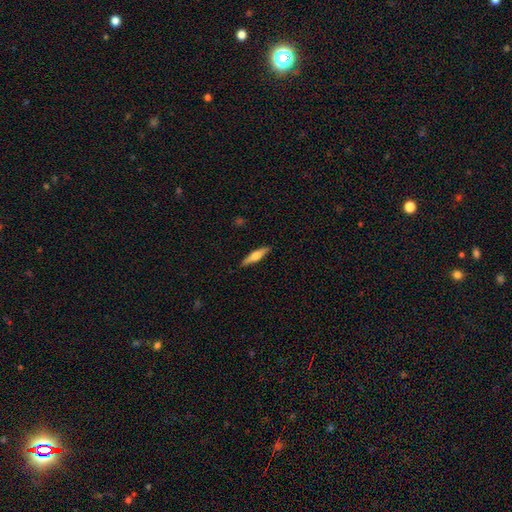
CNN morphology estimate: Overall: featured or disk (52%; smooth 42%). Edge-on disk: yes (96%). Merging: none (89%).